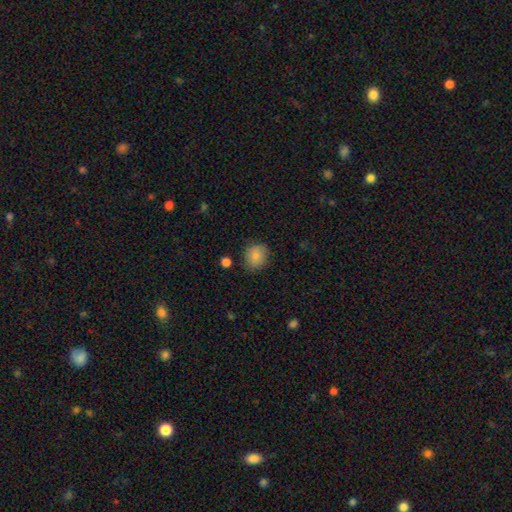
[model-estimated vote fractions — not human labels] Smooth or featured? Predicted: smooth (p=0.86). How rounded? Predicted: round (p=0.66). Merging? Predicted: none (p=0.83).